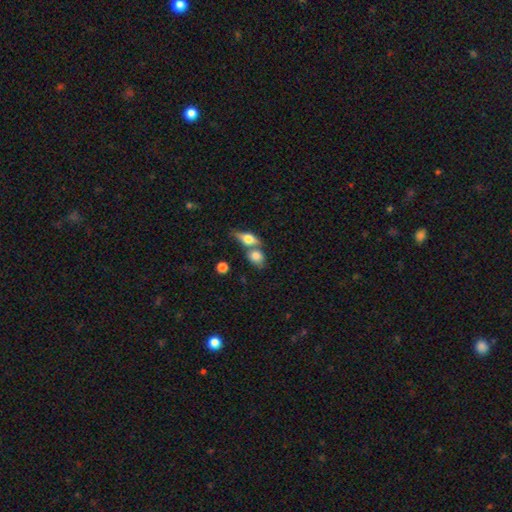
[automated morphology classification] smooth 73%, featured or disk 19%, star or artifact 8%. Down the decision tree: how rounded — in between (55%); merging — merger (46%).